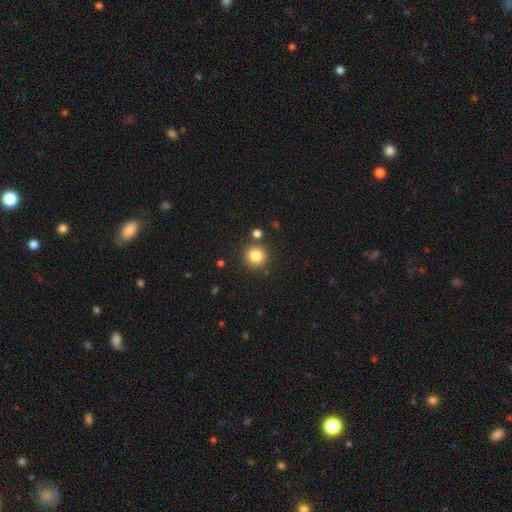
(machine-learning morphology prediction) Smooth or featured?
  - smooth: 84% *
  - star or artifact: 11%
  - featured or disk: 5%
How rounded?
  - round: 93% *
  - in between: 6%
  - cigar-shaped: 1%
Merging?
  - none: 84% *
  - minor disturbance: 7%
  - merger: 6%
  - major disturbance: 3%